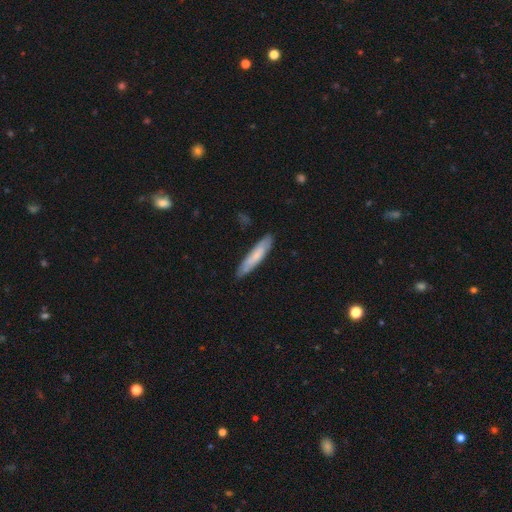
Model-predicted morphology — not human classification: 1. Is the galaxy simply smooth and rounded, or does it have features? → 68% smooth, 27% featured or disk, 6% star or artifact.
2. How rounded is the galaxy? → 87% cigar-shaped, 11% in between, 1% round.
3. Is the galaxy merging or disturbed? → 85% none, 12% minor disturbance, 2% major disturbance, 1% merger.